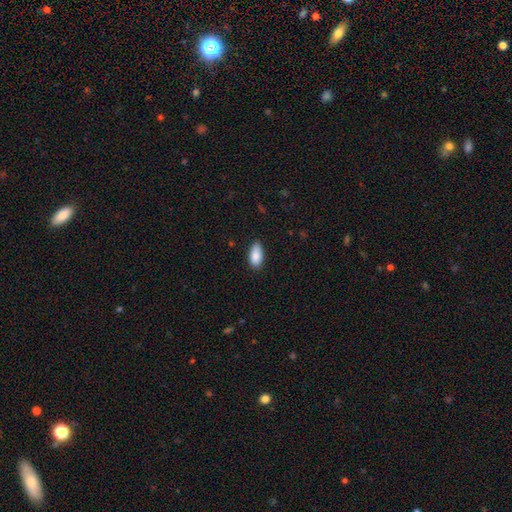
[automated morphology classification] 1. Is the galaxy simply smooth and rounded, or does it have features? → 88% smooth, 7% star or artifact, 6% featured or disk.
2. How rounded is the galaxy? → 91% in between, 6% cigar-shaped, 3% round.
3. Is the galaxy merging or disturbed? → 78% none, 18% minor disturbance, 3% major disturbance, 1% merger.